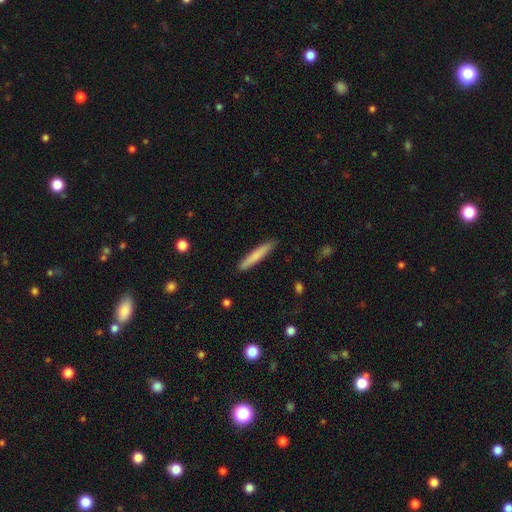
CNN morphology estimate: Overall: smooth (77%). How rounded: cigar-shaped (94%). Merging: none (89%).